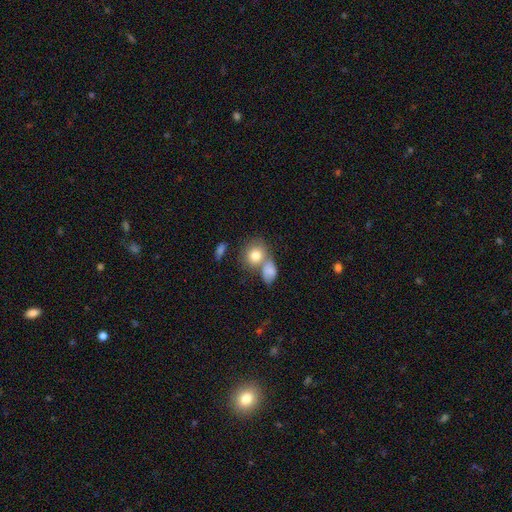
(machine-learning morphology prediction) This appears to be a smooth galaxy with no disk features (80%) that is round (67%). Merging: merger (44%).